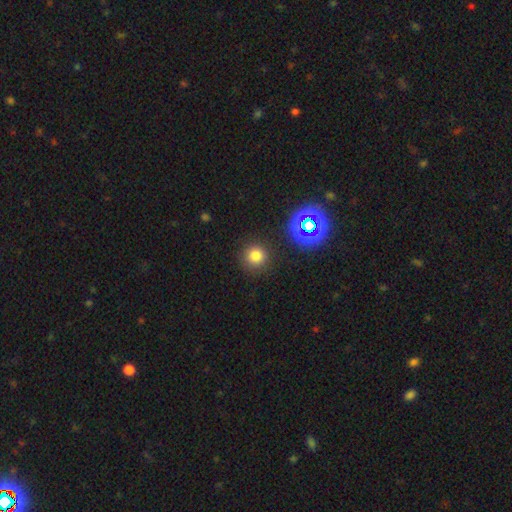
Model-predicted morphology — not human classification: This appears to be a smooth galaxy with no disk features (74%) that is round (94%). Merging: none (89%).